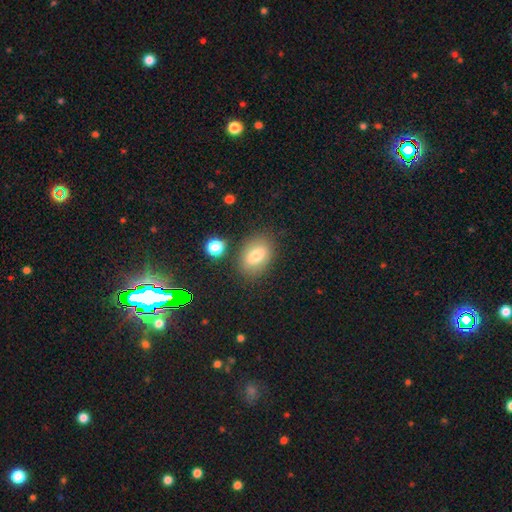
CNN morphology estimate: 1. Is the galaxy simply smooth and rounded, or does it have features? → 75% smooth, 14% featured or disk, 10% star or artifact.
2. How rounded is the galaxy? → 81% in between, 17% round, 2% cigar-shaped.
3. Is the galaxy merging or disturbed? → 80% none, 12% minor disturbance, 4% merger, 4% major disturbance.